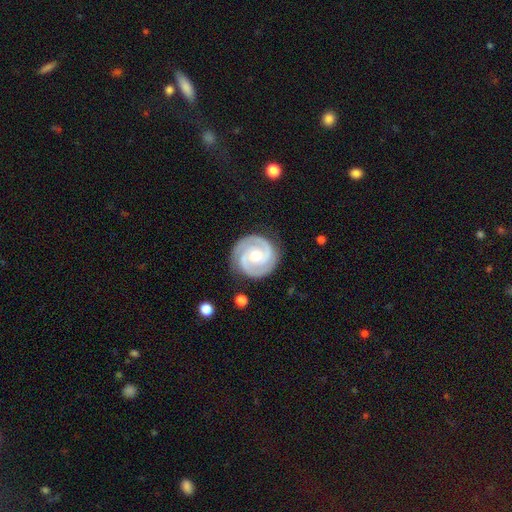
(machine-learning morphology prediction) Smooth or featured: featured or disk — 90% (smooth — 6%)
Edge-on disk: no — 98% (yes — 2%)
Bar: no — 58% (weak — 31%)
Spiral arms: yes — 98% (no — 2%)
Spiral winding: tight — 67% (medium — 30%)
Spiral arm count: 2 — 87% (3 — 6%)
Bulge size: moderate — 70% (small — 26%)
Merging: none — 87% (minor disturbance — 10%)